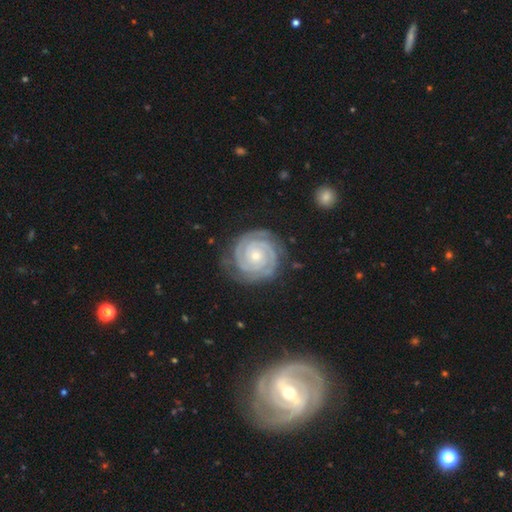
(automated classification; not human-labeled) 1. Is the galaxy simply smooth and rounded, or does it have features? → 92% featured or disk, 4% smooth, 4% star or artifact.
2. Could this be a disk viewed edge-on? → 98% no, 2% yes.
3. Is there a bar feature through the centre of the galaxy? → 77% no, 17% weak, 7% strong.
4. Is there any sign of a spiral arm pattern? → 98% yes, 2% no.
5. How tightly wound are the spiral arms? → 88% tight, 11% medium, 2% loose.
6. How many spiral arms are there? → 59% 2, 17% 3, 10% can't tell, 5% 4, 4% more than 4, 4% 1.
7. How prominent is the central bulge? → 70% small, 27% moderate, 1% large, 1% none, 1% dominant.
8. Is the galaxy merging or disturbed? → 81% none, 14% minor disturbance, 4% major disturbance, 1% merger.